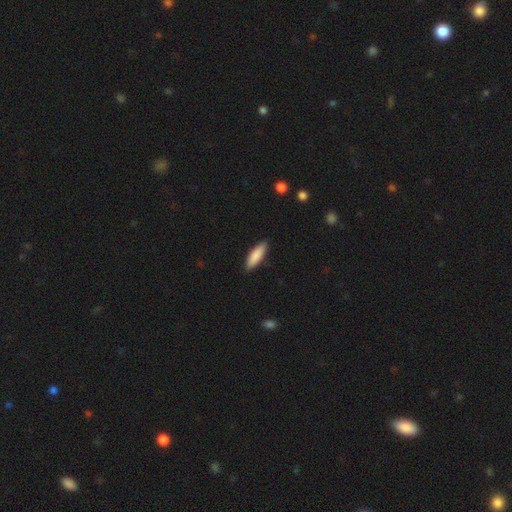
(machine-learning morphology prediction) smooth 87%, featured or disk 8%, star or artifact 5%. Down the decision tree: how rounded — cigar-shaped (55%); merging — none (88%).